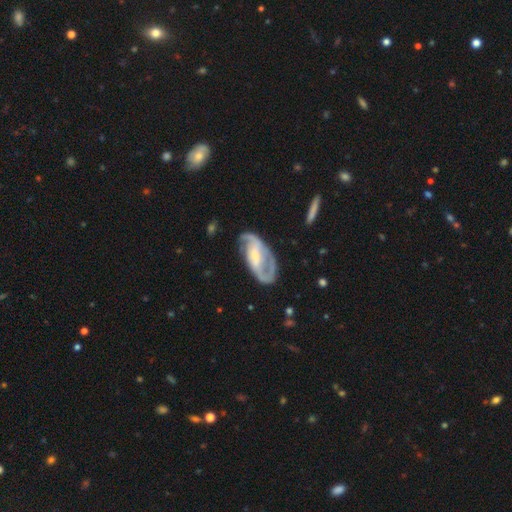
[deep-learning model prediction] Smooth or featured? featured or disk (82%)
Edge-on disk? no (96%)
Bar? weak (40%)
Spiral arms? yes (91%)
Spiral winding? medium (46%)
Spiral arm count? 2 (76%)
Bulge size? small (51%)
Merging? none (61%)